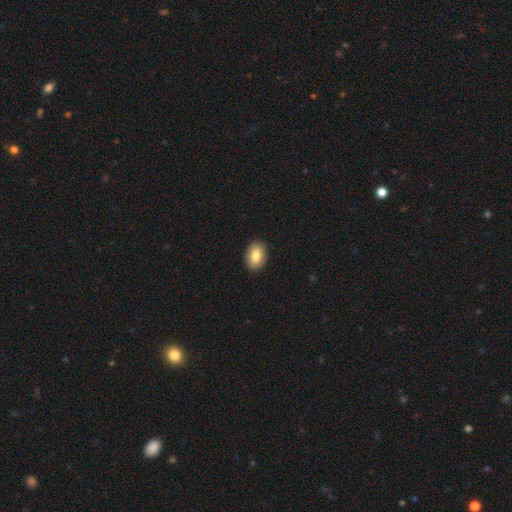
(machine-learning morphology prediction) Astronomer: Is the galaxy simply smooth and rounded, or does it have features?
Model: smooth — 82%.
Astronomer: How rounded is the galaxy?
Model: in between — 81%.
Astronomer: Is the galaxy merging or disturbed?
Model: none — 91%.